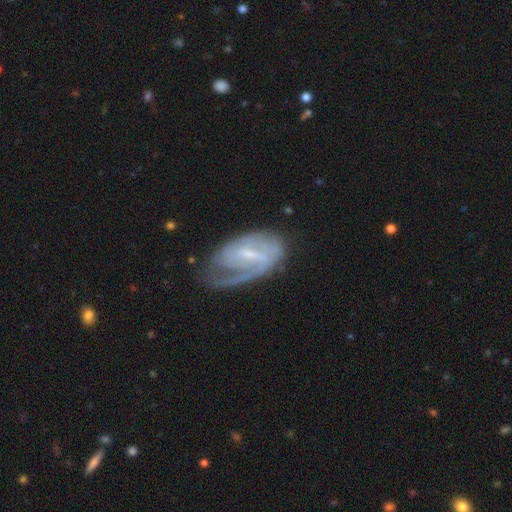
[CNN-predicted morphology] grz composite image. It shows a featured or disk galaxy (78%) with a weak bar (48%), 2 (37%, tied with 1) medium (41%) spiral arms (88%) and a small central bulge (57%). Merging: none (49%).